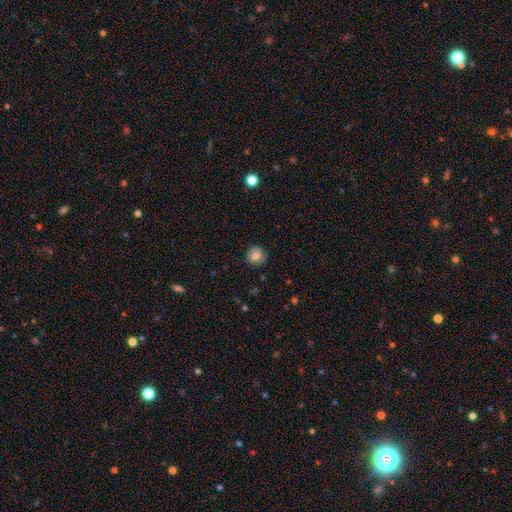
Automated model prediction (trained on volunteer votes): Overall: smooth (70%). How rounded: round (87%). Merging: none (83%).